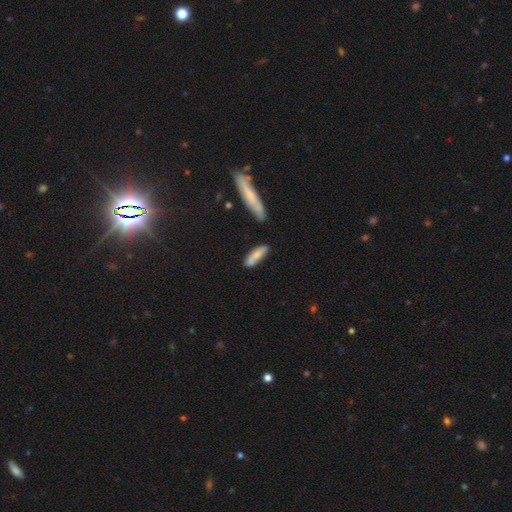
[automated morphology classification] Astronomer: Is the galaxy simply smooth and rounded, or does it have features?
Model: smooth — 76%.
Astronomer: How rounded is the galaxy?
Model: cigar-shaped — 59% (runner-up: in between, 39%).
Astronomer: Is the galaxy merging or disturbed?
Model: none — 71%.